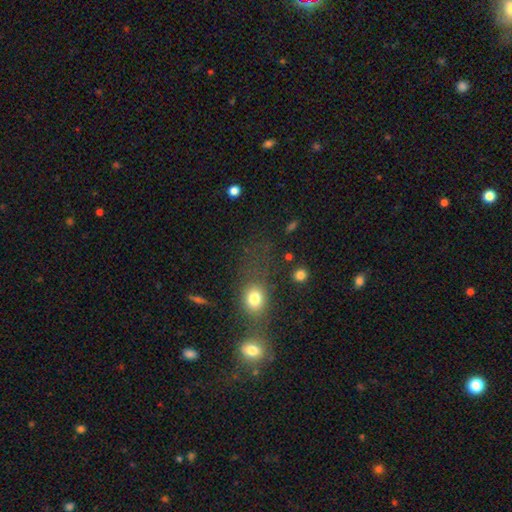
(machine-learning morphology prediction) type=smooth (55%); roundness=round (59%); merging=merger (47%).